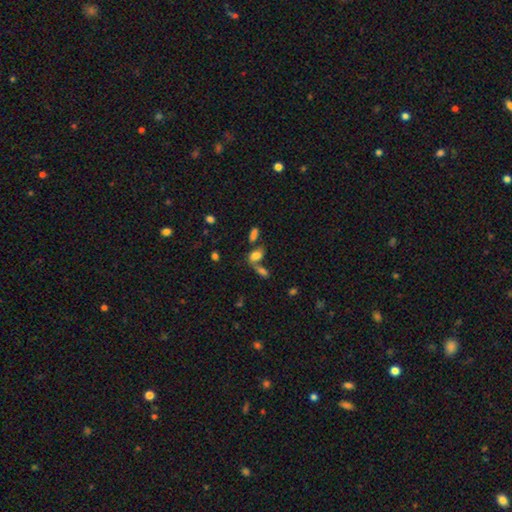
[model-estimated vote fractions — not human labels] A smooth galaxy with no disk features (73%) that is in between round and cigar-shaped (85%). Merging: none (41%, tied with merger).